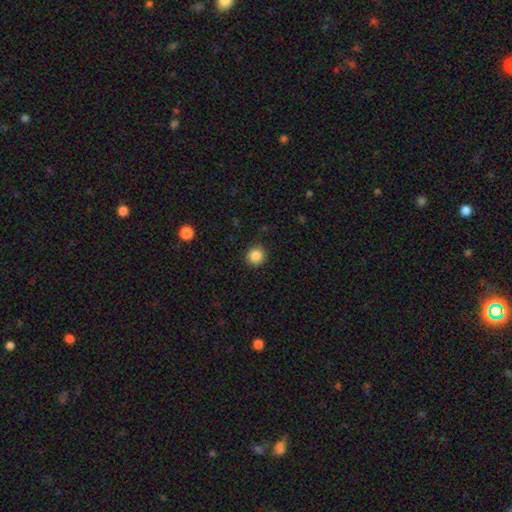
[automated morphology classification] This is clearly a smooth galaxy (86%). How rounded: clearly round (92%). Merging: clearly none (90%).